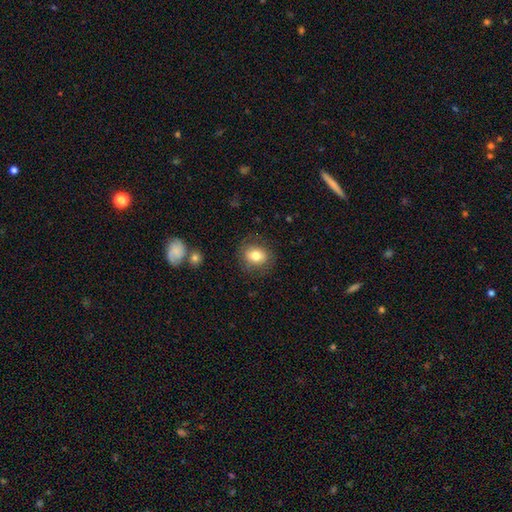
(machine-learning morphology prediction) Smooth or featured? smooth (76%)
How rounded? round (57%)
Merging? none (81%)